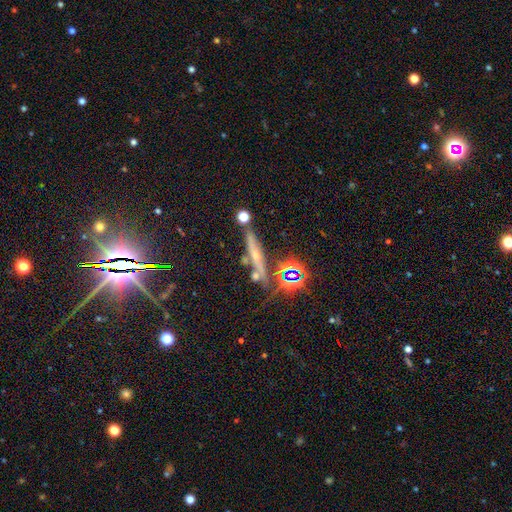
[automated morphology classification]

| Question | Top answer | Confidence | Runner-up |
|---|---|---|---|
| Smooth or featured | featured or disk | 47% | star or artifact (27%) |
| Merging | none | 73% | minor disturbance (13%) |